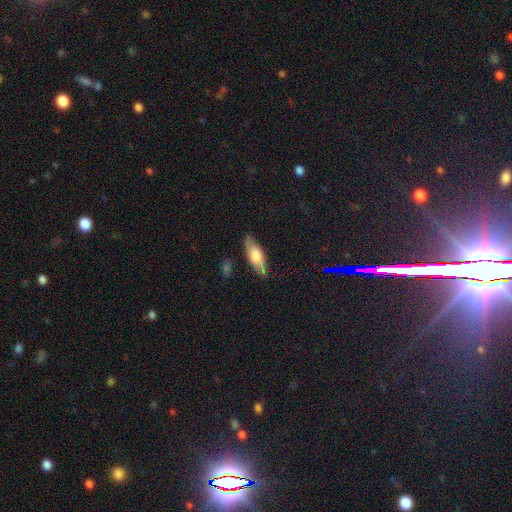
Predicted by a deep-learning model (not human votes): A smooth galaxy with no disk features (62%) that is in between round and cigar-shaped (63%).

Vote fractions:
- Smooth or featured? smooth: 62% / featured or disk: 31% / star or artifact: 7%
- How rounded? in between: 63% / cigar-shaped: 34% / round: 2%
- Merging? none: 79% / minor disturbance: 16% / major disturbance: 3% / merger: 2%